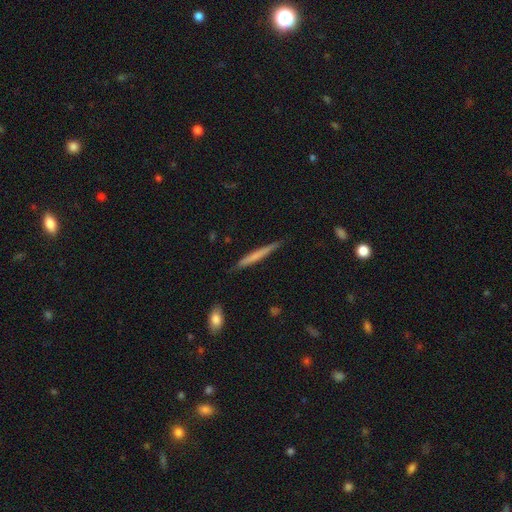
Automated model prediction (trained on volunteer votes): Smooth or featured?
  - smooth: 58% *
  - featured or disk: 36%
  - star or artifact: 6%
How rounded?
  - cigar-shaped: 96% *
  - in between: 2%
  - round: 1%
Merging?
  - none: 86% *
  - minor disturbance: 11%
  - major disturbance: 2%
  - merger: 1%